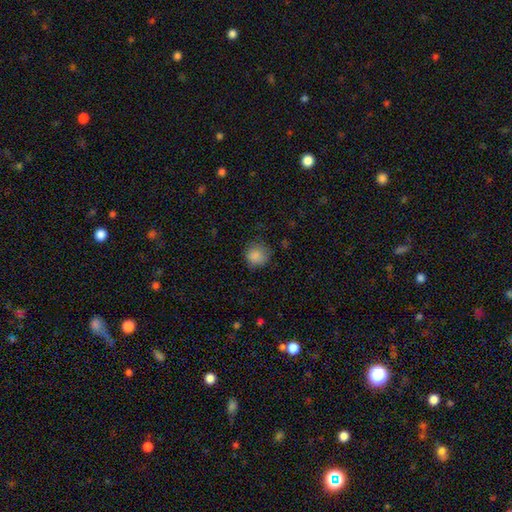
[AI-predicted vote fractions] smooth_or_featured: smooth (p=0.86) [alt: star or artifact p=0.10]
how_rounded: round (p=0.87) [alt: in between p=0.12]
merging: none (p=0.73) [alt: minor disturbance p=0.20]